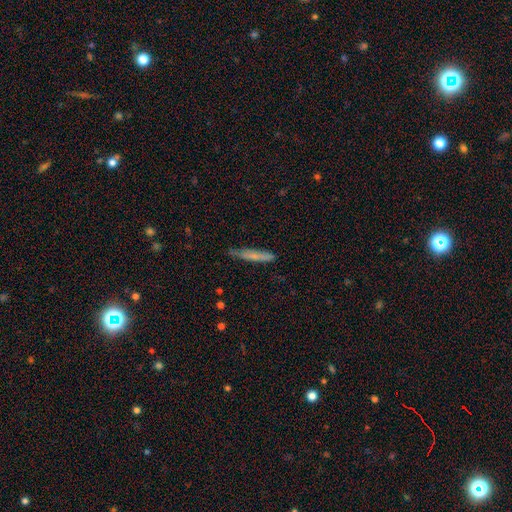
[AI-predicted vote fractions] Smooth or featured? smooth (67%)
How rounded? cigar-shaped (94%)
Merging? none (76%)